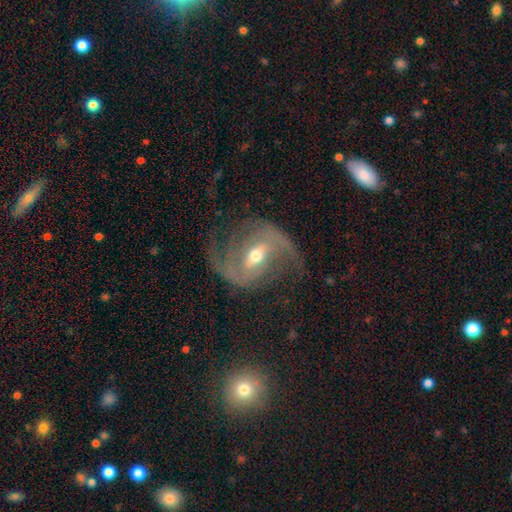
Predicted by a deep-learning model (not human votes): A featured or disk galaxy (90%) with a strong bar (46%), 2 (88%) medium (53%) spiral arms (97%) and a moderate central bulge (64%).

Vote fractions:
- Smooth or featured? featured or disk: 90% / smooth: 5% / star or artifact: 5%
- Edge-on disk? no: 97% / yes: 3%
- Bar? strong: 46% / weak: 40% / no: 15%
- Spiral arms? yes: 97% / no: 3%
- Spiral winding? medium: 53% / loose: 26% / tight: 21%
- Spiral arm count? 2: 88% / can't tell: 4% / 3: 3% / 1: 2% / 4: 2% / more than 4: 1%
- Bulge size? moderate: 64% / small: 30% / large: 4% / none: 1% / dominant: 1%
- Merging? none: 73% / minor disturbance: 15% / major disturbance: 10% / merger: 2%